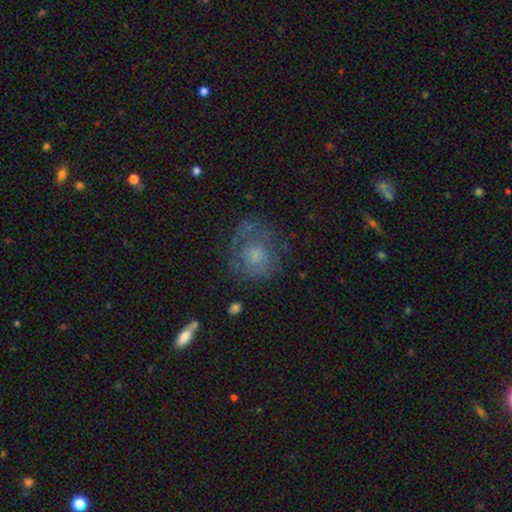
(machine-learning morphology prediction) Smooth or featured: featured or disk — 54% (smooth — 36%)
Edge-on disk: no — 97% (yes — 3%)
Bar: no — 84% (weak — 14%)
Spiral arms: yes — 66% (no — 34%)
Bulge size: small — 40% (moderate — 39%)
Merging: none — 61% (minor disturbance — 19%)